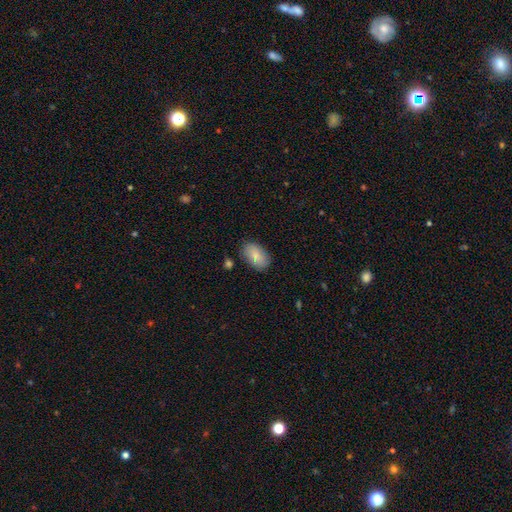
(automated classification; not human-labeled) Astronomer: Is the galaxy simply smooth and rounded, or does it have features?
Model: smooth — 85%.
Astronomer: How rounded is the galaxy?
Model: in between — 92%.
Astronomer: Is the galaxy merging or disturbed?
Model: none — 81%.